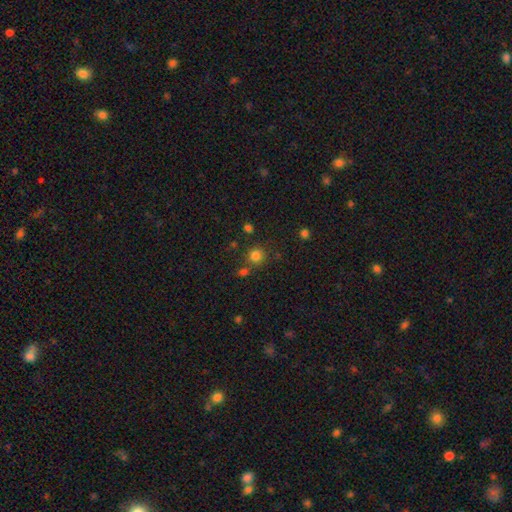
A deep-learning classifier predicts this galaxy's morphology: type=smooth (80%); roundness=round (92%); merging=none (77%).